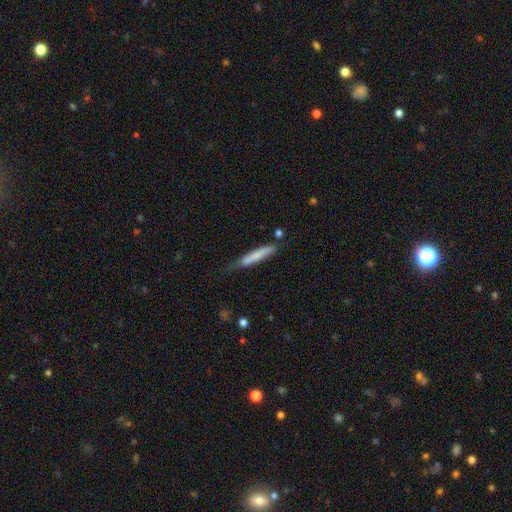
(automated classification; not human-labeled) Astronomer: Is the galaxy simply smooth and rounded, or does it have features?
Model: smooth — 73%.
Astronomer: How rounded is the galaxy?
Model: cigar-shaped — 92%.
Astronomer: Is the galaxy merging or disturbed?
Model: none — 58%.